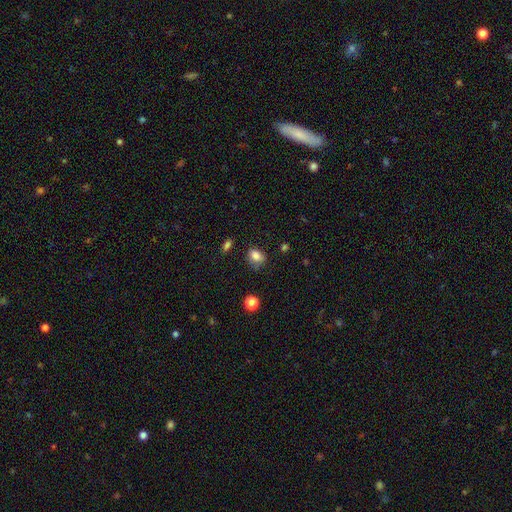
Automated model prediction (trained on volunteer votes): Smooth or featured: smooth — 82% (star or artifact — 11%)
How rounded: in between — 67% (round — 32%)
Merging: none — 63% (minor disturbance — 26%)